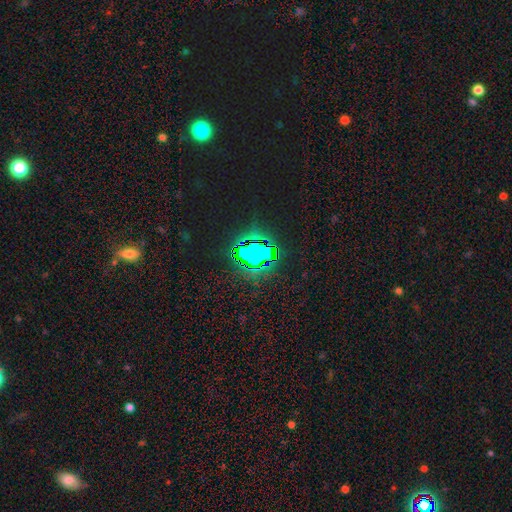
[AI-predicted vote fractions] star or artifact 72%, smooth 19%, featured or disk 10%.